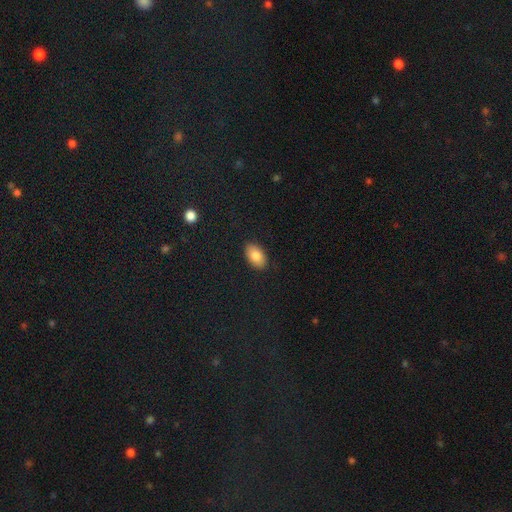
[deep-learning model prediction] smooth_or_featured: smooth (p=0.83) [alt: featured or disk p=0.10]
how_rounded: in between (p=0.93) [alt: round p=0.06]
merging: none (p=0.89) [alt: minor disturbance p=0.08]